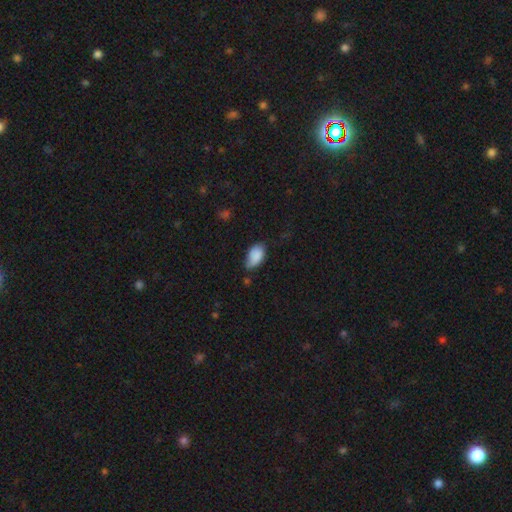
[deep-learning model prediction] This appears to be a smooth galaxy with no disk features (86%) that is in between round and cigar-shaped (93%). Merging: none (52%).